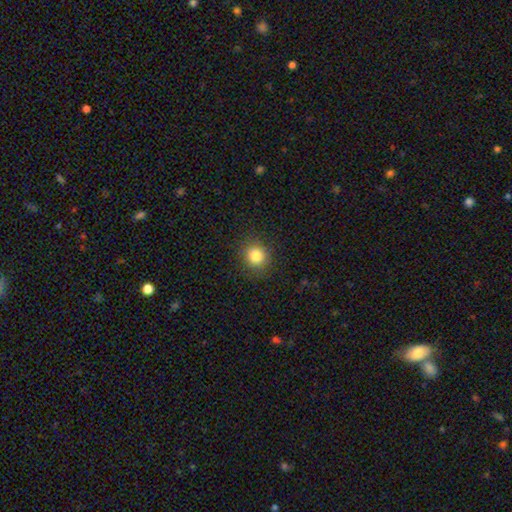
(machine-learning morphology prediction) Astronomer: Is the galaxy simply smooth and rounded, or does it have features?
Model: smooth — 83%.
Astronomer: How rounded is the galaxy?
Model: round — 88%.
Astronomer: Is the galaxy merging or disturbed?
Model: none — 89%.